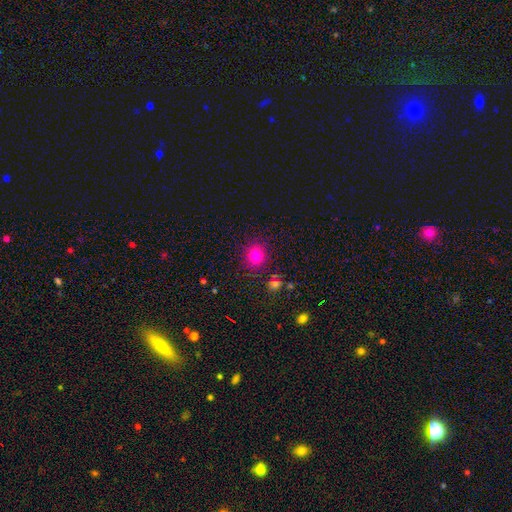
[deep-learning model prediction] Morphology: type=smooth (79%); roundness=round (83%); merging=none (87%).